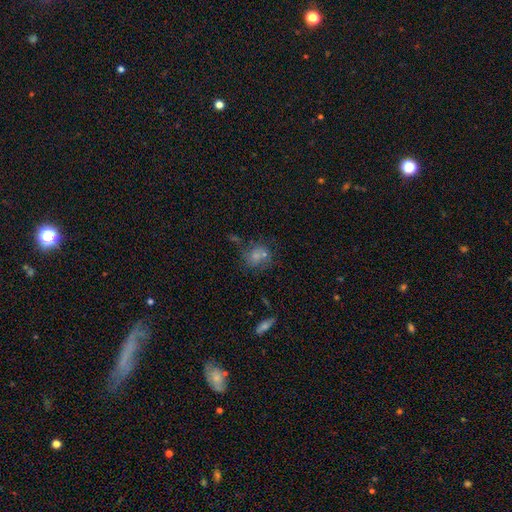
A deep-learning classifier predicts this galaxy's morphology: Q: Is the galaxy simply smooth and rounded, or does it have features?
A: smooth — 45%.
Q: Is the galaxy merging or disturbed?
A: none — 63%.